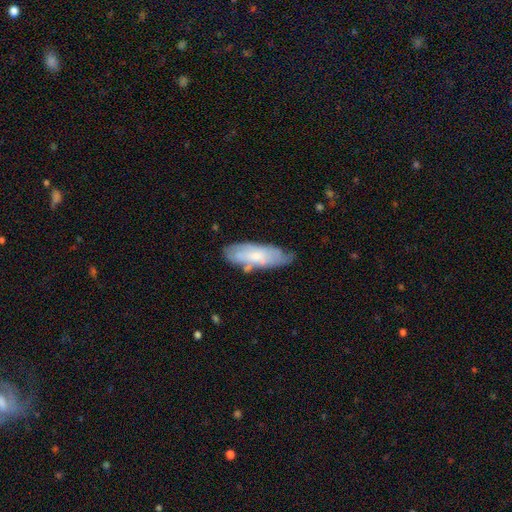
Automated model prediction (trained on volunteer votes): smooth 58%, featured or disk 35%, star or artifact 6%. Down the decision tree: how rounded — in between (67%); merging — none (62%).